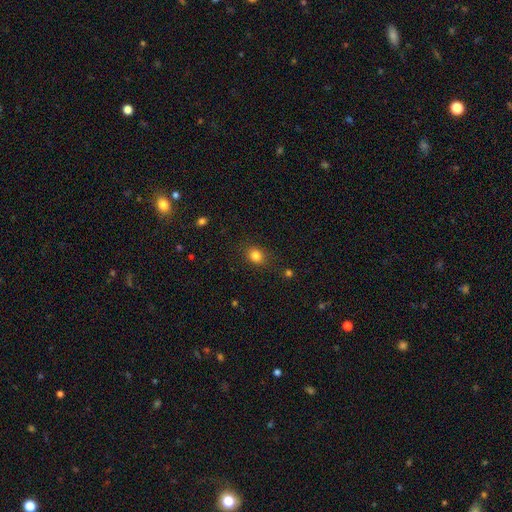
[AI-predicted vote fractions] smooth_or_featured: smooth (p=0.83) [alt: star or artifact p=0.12]
how_rounded: round (p=0.58) [alt: in between p=0.41]
merging: none (p=0.84) [alt: minor disturbance p=0.11]